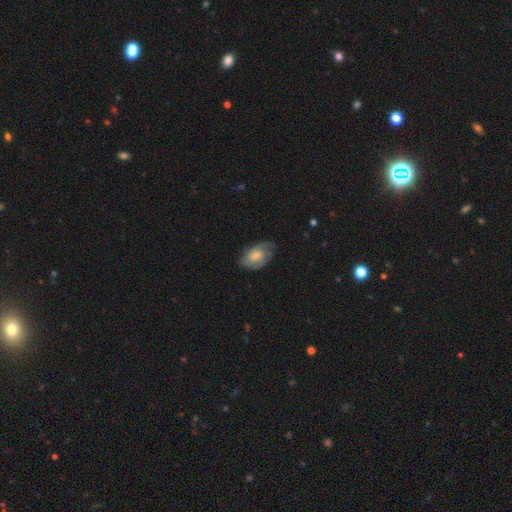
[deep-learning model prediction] Overall: smooth (57%; featured or disk 36%). How rounded: in between (89%). Merging: none (60%; minor disturbance 29%).